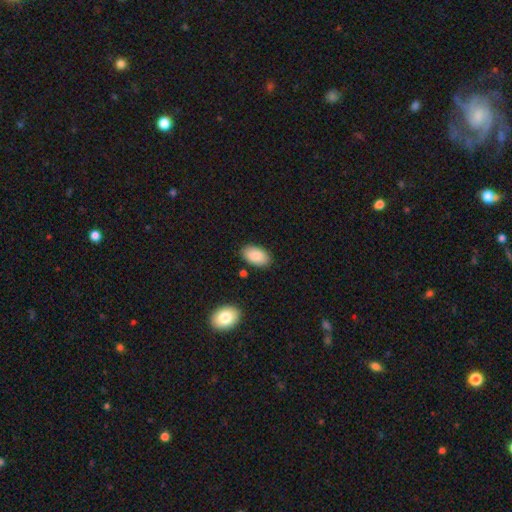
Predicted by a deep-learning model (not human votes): A smooth galaxy with no disk features (88%) that is in between round and cigar-shaped (95%).

Vote fractions:
- Smooth or featured? smooth: 88% / star or artifact: 6% / featured or disk: 6%
- How rounded? in between: 95% / round: 4% / cigar-shaped: 1%
- Merging? none: 85% / minor disturbance: 10% / merger: 3% / major disturbance: 2%